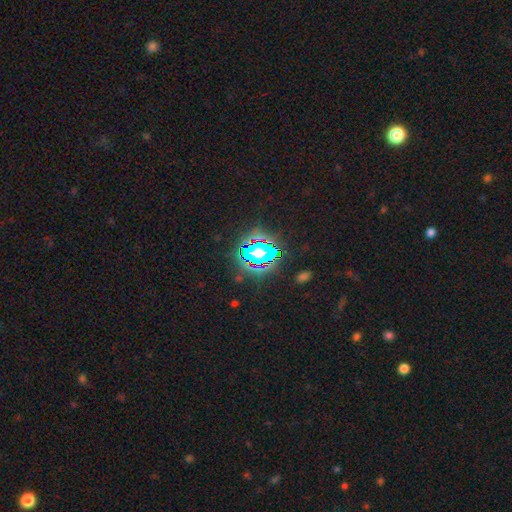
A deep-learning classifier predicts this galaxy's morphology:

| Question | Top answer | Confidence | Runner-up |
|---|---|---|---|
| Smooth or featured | star or artifact | 60% | smooth (26%) |